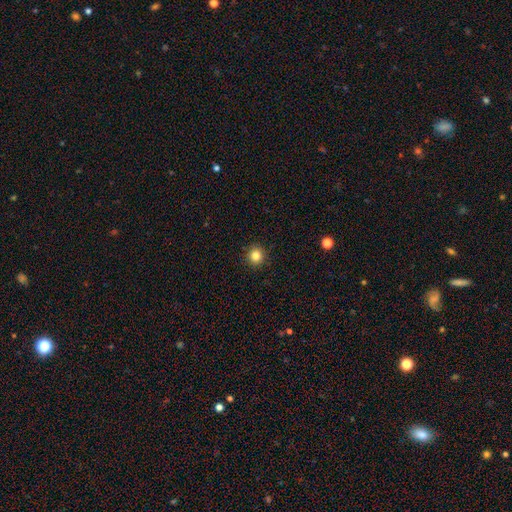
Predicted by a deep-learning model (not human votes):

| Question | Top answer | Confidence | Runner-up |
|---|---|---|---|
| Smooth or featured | smooth | 84% | star or artifact (11%) |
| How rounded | round | 93% | in between (6%) |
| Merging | none | 92% | minor disturbance (5%) |